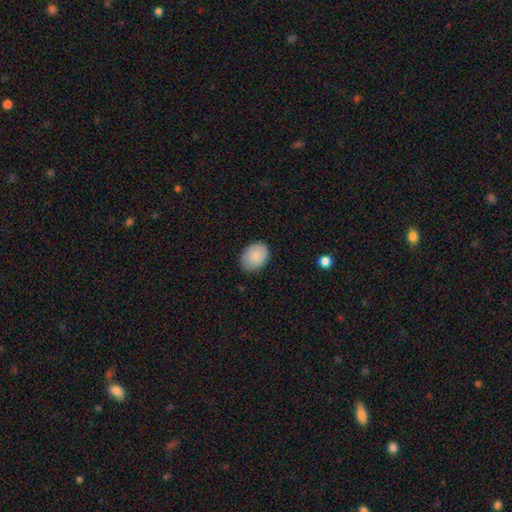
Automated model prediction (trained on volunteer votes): Smooth or featured? smooth (86%)
How rounded? in between (65%)
Merging? none (80%)